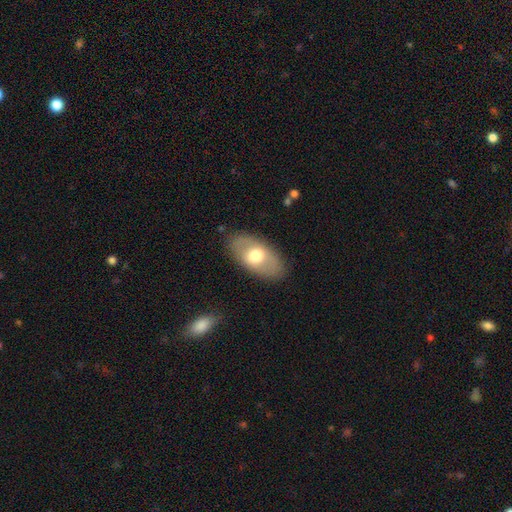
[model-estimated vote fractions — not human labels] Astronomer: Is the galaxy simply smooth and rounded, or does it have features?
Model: smooth — 59% (runner-up: featured or disk, 35%).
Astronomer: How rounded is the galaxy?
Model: in between — 92%.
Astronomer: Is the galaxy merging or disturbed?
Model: none — 84%.